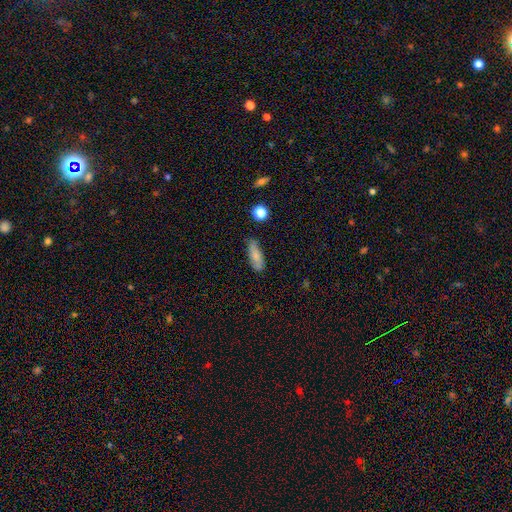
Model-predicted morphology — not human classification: smooth 79%, featured or disk 13%, star or artifact 8%. Down the decision tree: how rounded — in between (59%); merging — none (71%).